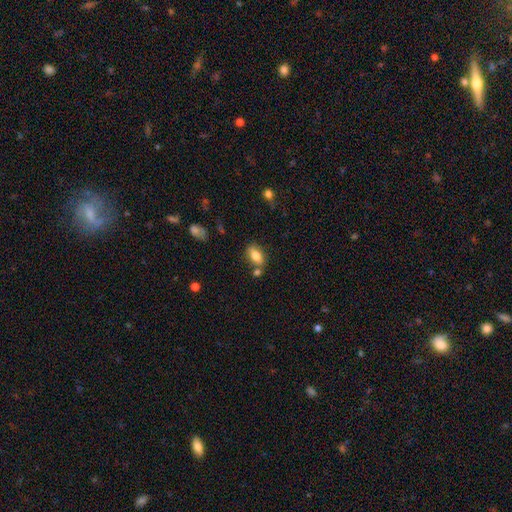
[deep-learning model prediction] The model was most divided on "merging": none: 71%, minor disturbance: 13%, merger: 12%, major disturbance: 4%. More confident: how rounded — in between (86%); smooth or featured — smooth (78%).